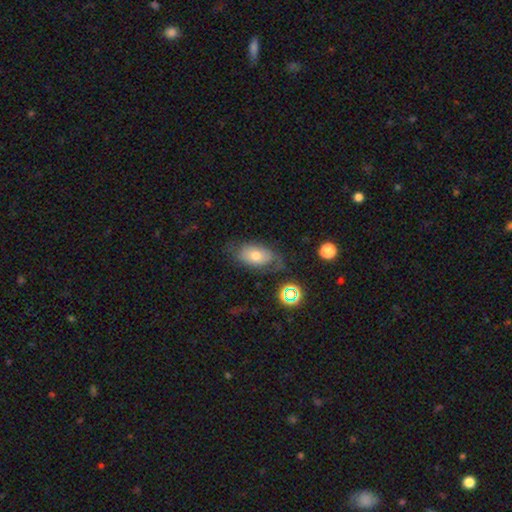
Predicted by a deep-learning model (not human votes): Smooth or featured?
  - smooth: 57% *
  - featured or disk: 31%
  - star or artifact: 12%
How rounded?
  - in between: 89% *
  - round: 9%
  - cigar-shaped: 3%
Merging?
  - none: 56% *
  - minor disturbance: 27%
  - major disturbance: 15%
  - merger: 3%